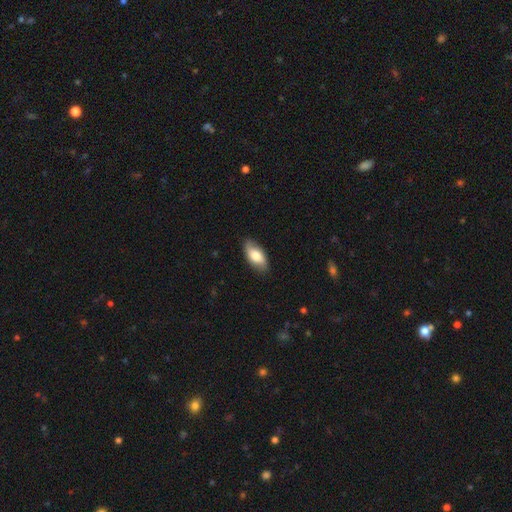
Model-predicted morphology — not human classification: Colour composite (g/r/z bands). It shows a smooth galaxy with no disk features (69%) that is in between round and cigar-shaped (91%). Merging: none (83%).